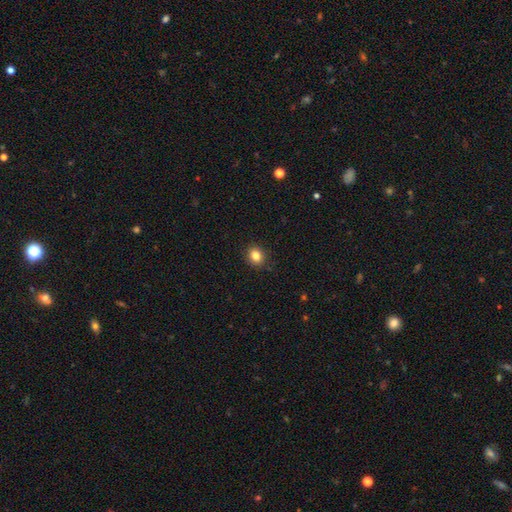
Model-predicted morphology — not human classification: Smooth or featured? Predicted: smooth (p=0.84). How rounded? Predicted: round (p=0.60). Merging? Predicted: none (p=0.89).